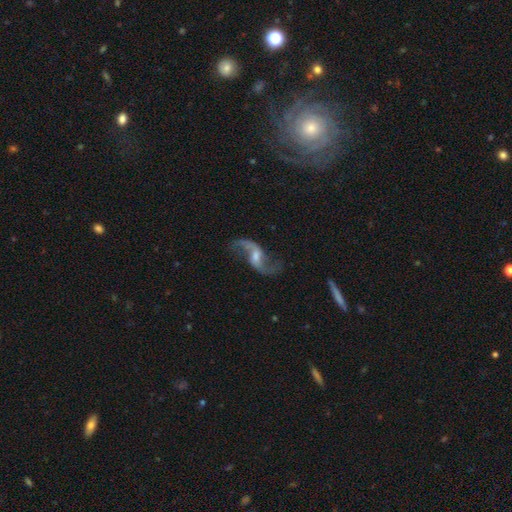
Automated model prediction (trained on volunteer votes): A featured or disk galaxy (90%) with a weak bar (51%), 2 (94%) loose (87%) spiral arms (96%) and a moderate central bulge (42%).

Vote fractions:
- Smooth or featured? featured or disk: 90% / star or artifact: 6% / smooth: 5%
- Edge-on disk? no: 96% / yes: 4%
- Bar? weak: 51% / no: 31% / strong: 18%
- Spiral arms? yes: 96% / no: 4%
- Spiral winding? loose: 87% / medium: 10% / tight: 3%
- Spiral arm count? 2: 94% / 1: 2% / can't tell: 2% / 3: 1% / 4: 1% / more than 4: 1%
- Bulge size? moderate: 42% / small: 40% / none: 12% / large: 5% / dominant: 1%
- Merging? none: 77% / minor disturbance: 13% / major disturbance: 8% / merger: 2%